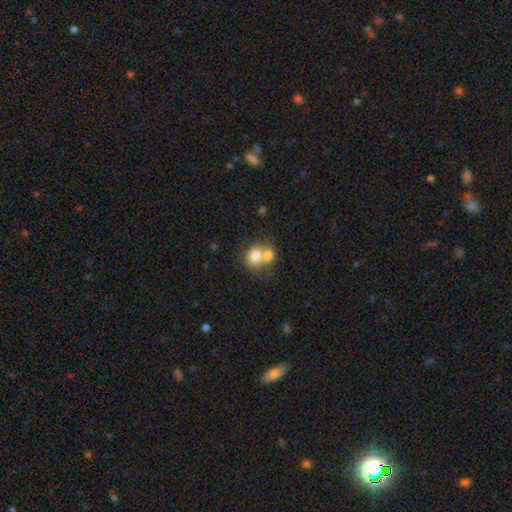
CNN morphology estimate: Smooth or featured?
  - smooth: 74% *
  - featured or disk: 17%
  - star or artifact: 9%
How rounded?
  - round: 71% *
  - in between: 28%
  - cigar-shaped: 1%
Merging?
  - merger: 62% *
  - none: 28%
  - minor disturbance: 7%
  - major disturbance: 4%